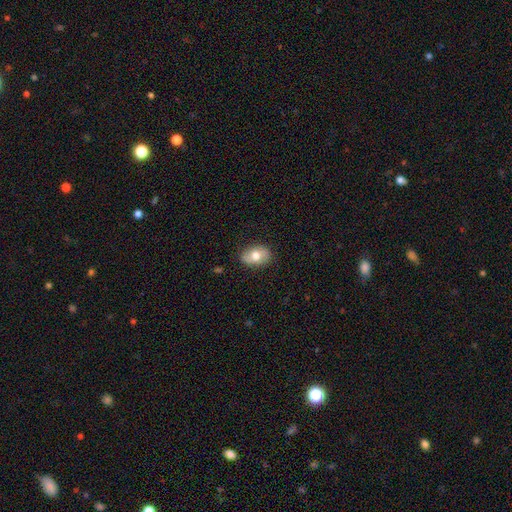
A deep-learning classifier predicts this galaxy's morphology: smooth 69%, featured or disk 24%, star or artifact 7%. Down the decision tree: how rounded — in between (80%); merging — none (83%).